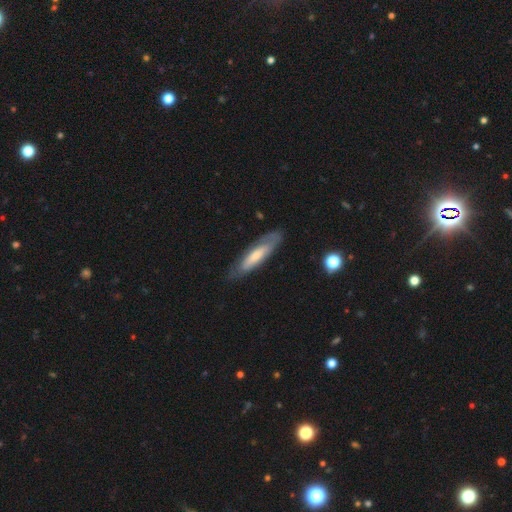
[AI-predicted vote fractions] smooth-or-featured: smooth: 55% | featured or disk: 39% | star or artifact: 6%
  how-rounded: cigar-shaped: 67% | in between: 32% | round: 1%
  merging: none: 72% | minor disturbance: 20% | major disturbance: 7% | merger: 2%